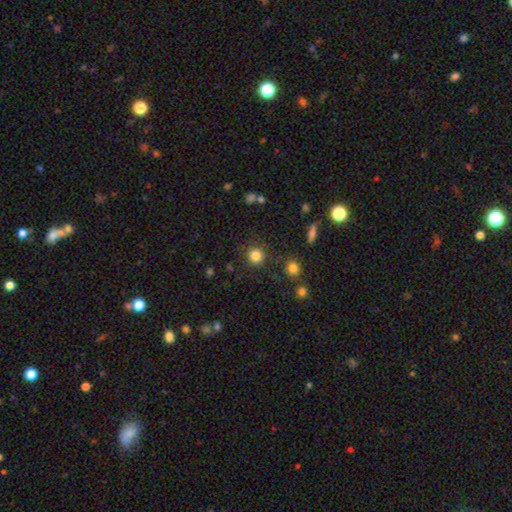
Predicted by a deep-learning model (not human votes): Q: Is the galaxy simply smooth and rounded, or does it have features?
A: smooth — 83%.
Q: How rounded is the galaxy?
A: round — 93%.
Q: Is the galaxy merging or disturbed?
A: none — 86%.